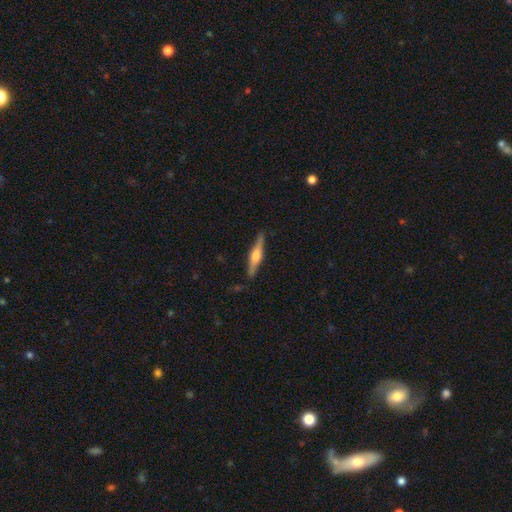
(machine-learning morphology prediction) A featured or disk galaxy (69%) viewed edge-on (97%) with a rounded central bulge (83%).

Vote fractions:
- Smooth or featured? featured or disk: 69% / smooth: 25% / star or artifact: 6%
- Edge-on disk? yes: 97% / no: 3%
- Edge-on bulge? rounded: 83% / boxy: 13% / none: 4%
- Merging? none: 88% / minor disturbance: 9% / major disturbance: 2% / merger: 1%